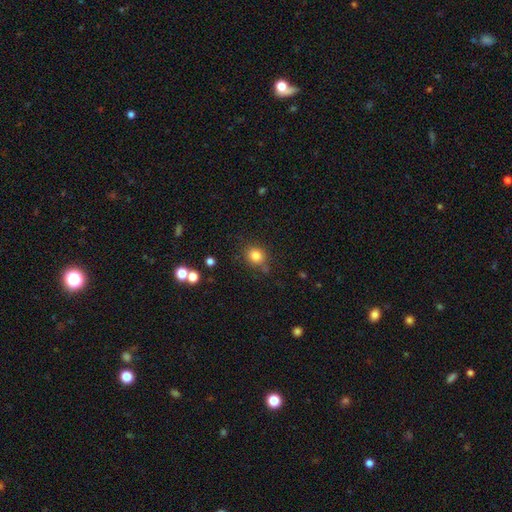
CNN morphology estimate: Smooth or featured: smooth — 82% (star or artifact — 12%)
How rounded: round — 77% (in between — 22%)
Merging: none — 77% (minor disturbance — 14%)